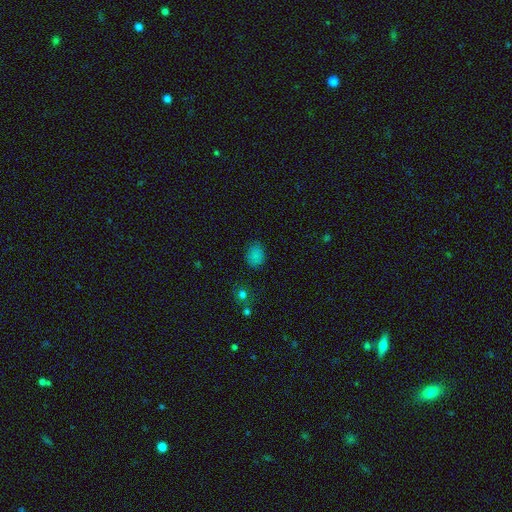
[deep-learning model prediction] A smooth galaxy with no disk features (79%) that is in between round and cigar-shaped (64%).

Vote fractions:
- Smooth or featured? smooth: 79% / star or artifact: 16% / featured or disk: 4%
- How rounded? in between: 64% / round: 35% / cigar-shaped: 1%
- Merging? none: 81% / minor disturbance: 14% / major disturbance: 3% / merger: 2%